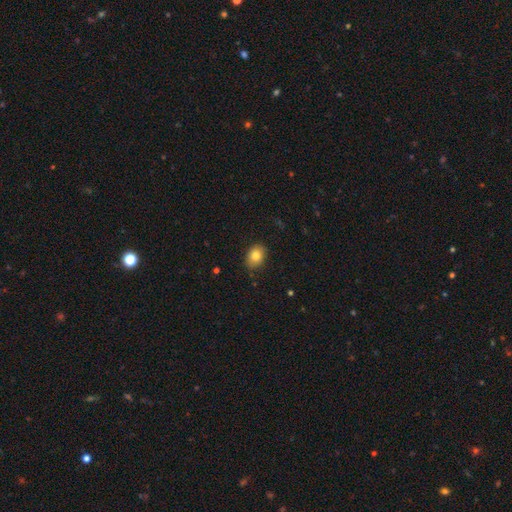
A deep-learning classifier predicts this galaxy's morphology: smooth 81%, featured or disk 10%, star or artifact 9%. Down the decision tree: how rounded — in between (68%); merging — none (85%).